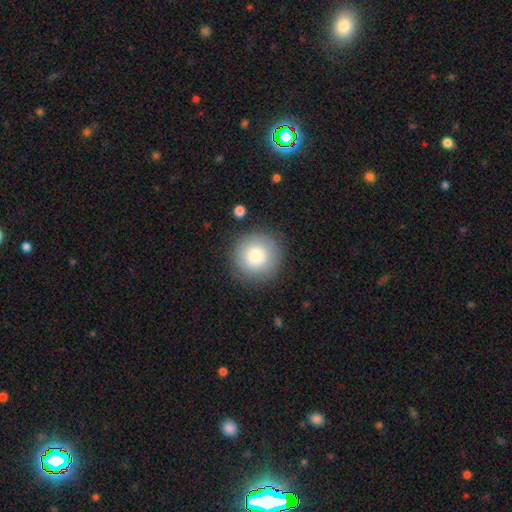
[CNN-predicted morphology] Smooth or featured?
  - smooth: 81% *
  - featured or disk: 11%
  - star or artifact: 8%
How rounded?
  - round: 96% *
  - in between: 3%
  - cigar-shaped: 1%
Merging?
  - none: 87% *
  - minor disturbance: 8%
  - major disturbance: 3%
  - merger: 2%